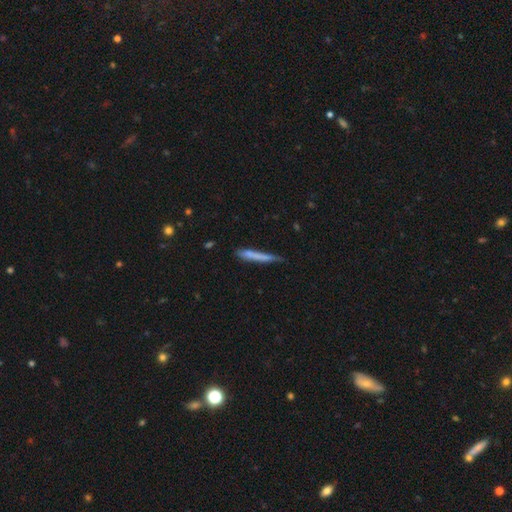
Smooth or featured?
  - smooth: 79% *
  - featured or disk: 18%
  - star or artifact: 3%
How rounded?
  - cigar-shaped: 100% *
  - round: 0%
  - in between: 0%
Merging?
  - none: 45% *
  - minor disturbance: 39%
  - major disturbance: 13%
  - merger: 3%